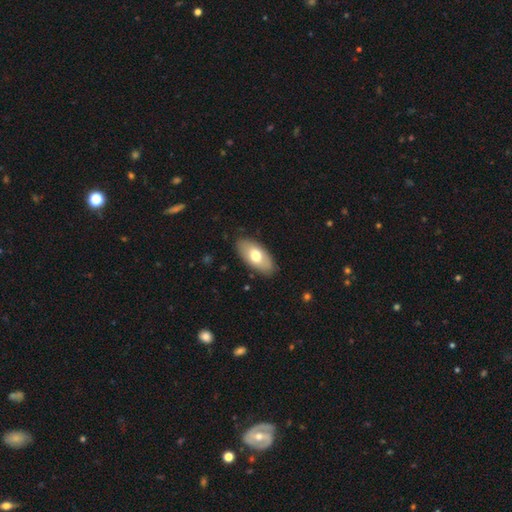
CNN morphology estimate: Smooth or featured? smooth (69%)
How rounded? in between (92%)
Merging? none (87%)